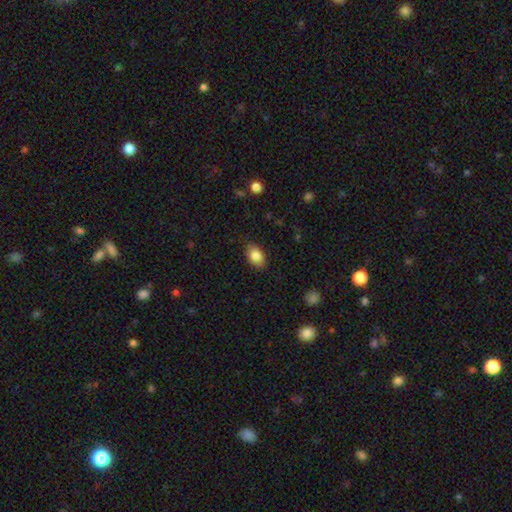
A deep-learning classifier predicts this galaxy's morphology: This appears to be a smooth galaxy with no disk features (84%) that is in between round and cigar-shaped (87%). Merging: none (83%).